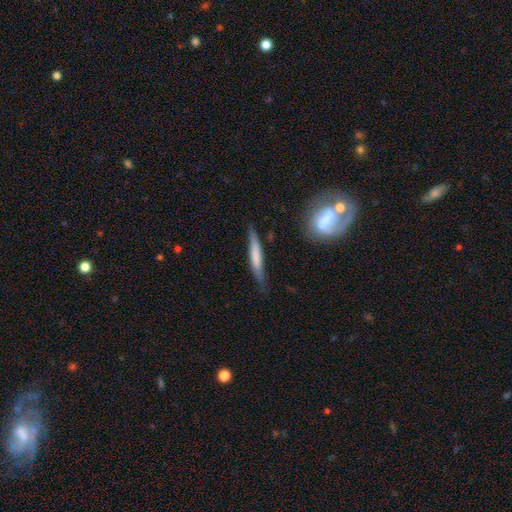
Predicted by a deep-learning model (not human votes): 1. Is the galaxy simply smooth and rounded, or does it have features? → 59% smooth, 35% featured or disk, 6% star or artifact.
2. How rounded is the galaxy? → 93% cigar-shaped, 6% in between, 2% round.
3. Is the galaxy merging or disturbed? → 71% none, 21% minor disturbance, 5% major disturbance, 3% merger.